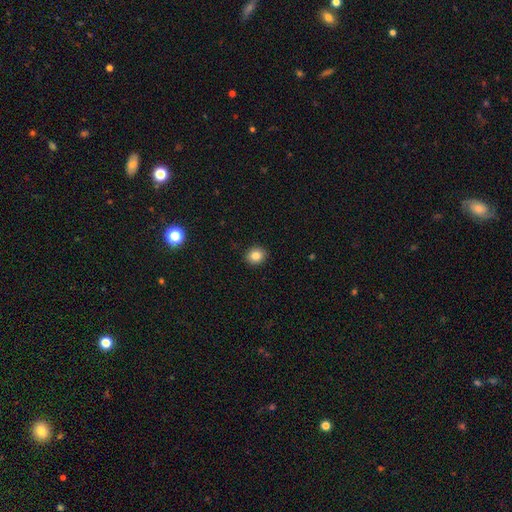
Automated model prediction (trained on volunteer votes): Smooth or featured?
  - smooth: 83% *
  - star or artifact: 11%
  - featured or disk: 7%
How rounded?
  - round: 84% *
  - in between: 15%
  - cigar-shaped: 1%
Merging?
  - none: 92% *
  - minor disturbance: 5%
  - major disturbance: 2%
  - merger: 1%